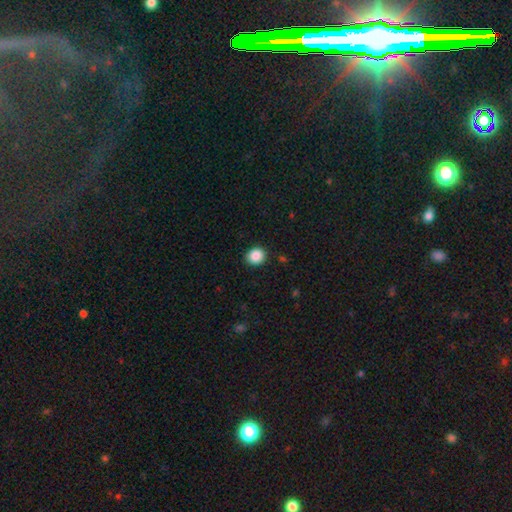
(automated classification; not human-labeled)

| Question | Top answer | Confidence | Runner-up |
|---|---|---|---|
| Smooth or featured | smooth | 88% | star or artifact (9%) |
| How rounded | round | 82% | in between (17%) |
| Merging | none | 90% | minor disturbance (7%) |